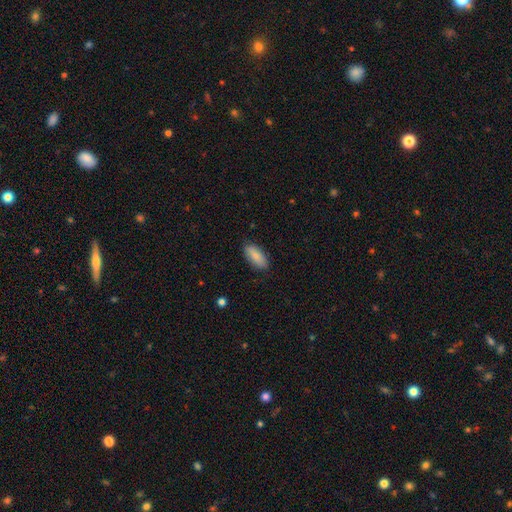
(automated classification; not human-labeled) This appears to be a smooth galaxy with no disk features (82%) that is in between round and cigar-shaped (85%). Merging: none (86%).